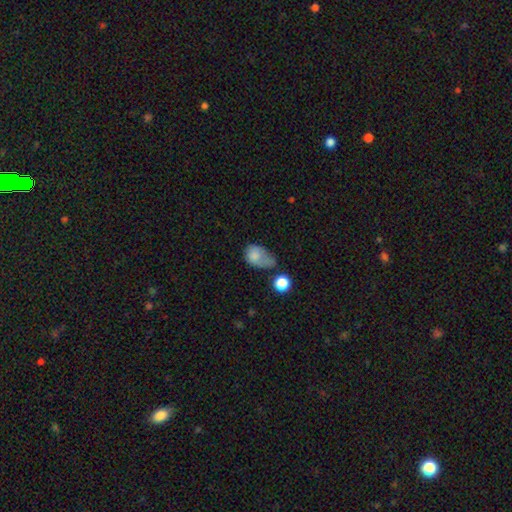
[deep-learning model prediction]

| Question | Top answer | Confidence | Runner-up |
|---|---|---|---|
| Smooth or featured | smooth | 75% | featured or disk (15%) |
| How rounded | in between | 75% | round (23%) |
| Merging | major disturbance | 34% | minor disturbance (31%) |